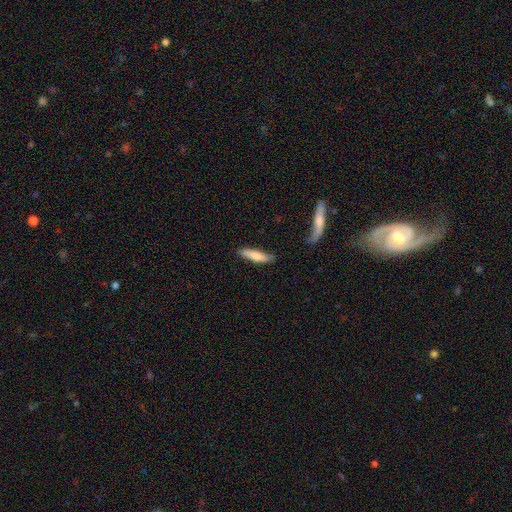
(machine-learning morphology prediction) type=smooth (76%); roundness=cigar-shaped (78%); merging=none (79%).